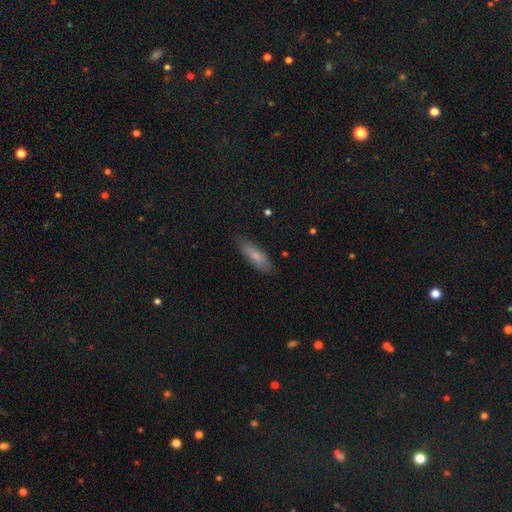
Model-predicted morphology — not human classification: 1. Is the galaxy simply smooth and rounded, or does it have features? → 76% smooth, 18% featured or disk, 6% star or artifact.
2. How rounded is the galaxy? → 51% cigar-shaped, 47% in between, 2% round.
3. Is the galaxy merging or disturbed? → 81% none, 15% minor disturbance, 3% major disturbance, 1% merger.